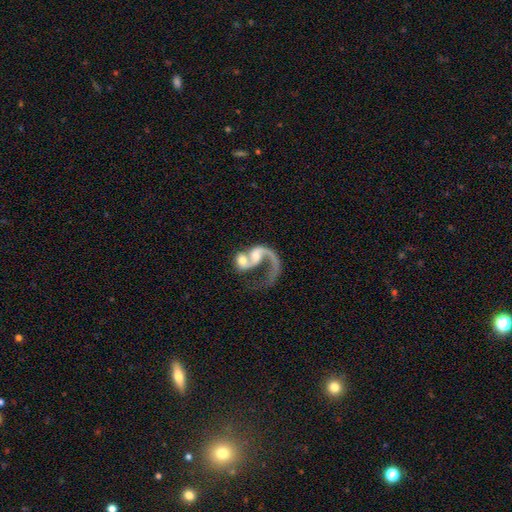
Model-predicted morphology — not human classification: Smooth or featured: featured or disk — 76% (smooth — 17%)
Edge-on disk: no — 97% (yes — 3%)
Bar: no — 58% (weak — 31%)
Spiral arms: yes — 84% (no — 16%)
Spiral winding: loose — 75% (medium — 20%)
Spiral arm count: 1 — 69% (2 — 24%)
Bulge size: moderate — 47% (small — 25%)
Merging: merger — 59% (major disturbance — 20%)